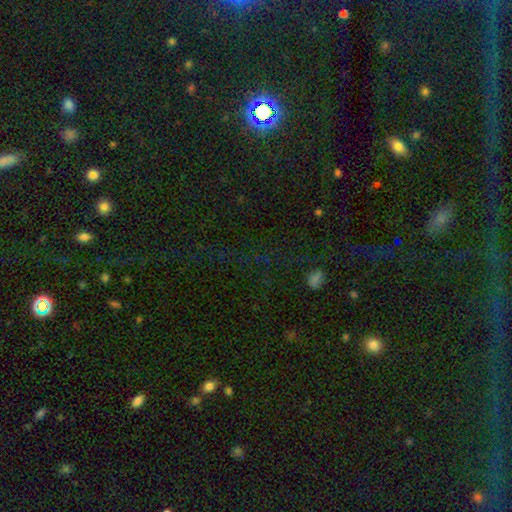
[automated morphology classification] Overall: star or artifact (76%).